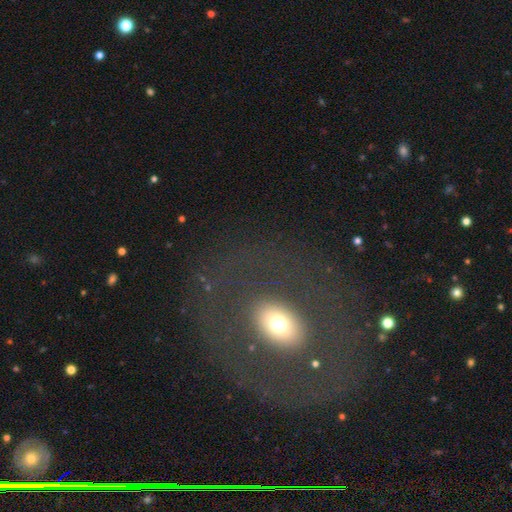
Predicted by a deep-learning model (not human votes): This appears to be a featured or disk galaxy (43%). Merging: none (84%).